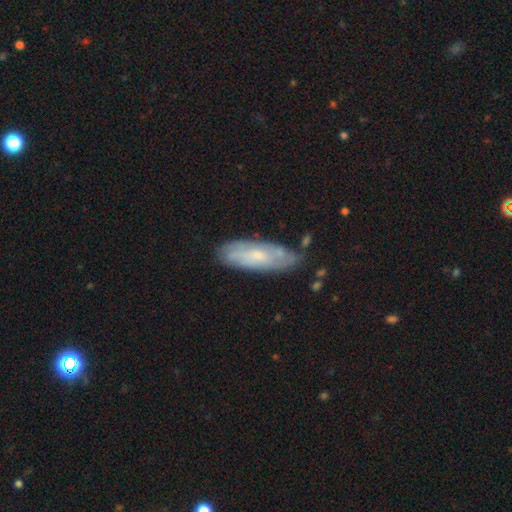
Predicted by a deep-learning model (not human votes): Q: Smooth or featured?
A: featured or disk (54%); runner-up: smooth (39%)
Q: Edge-on disk?
A: no (78%); runner-up: yes (22%)
Q: Merging?
A: none (70%); runner-up: minor disturbance (22%)